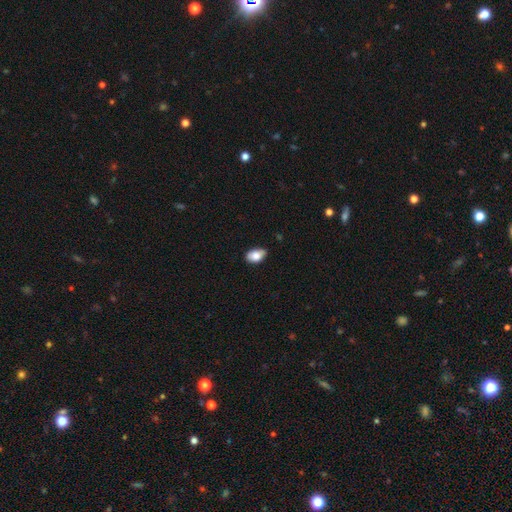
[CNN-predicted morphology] smooth-or-featured: smooth: 82% | featured or disk: 11% | star or artifact: 7%
  how-rounded: in between: 90% | round: 8% | cigar-shaped: 2%
  merging: none: 68% | minor disturbance: 26% | major disturbance: 4% | merger: 2%